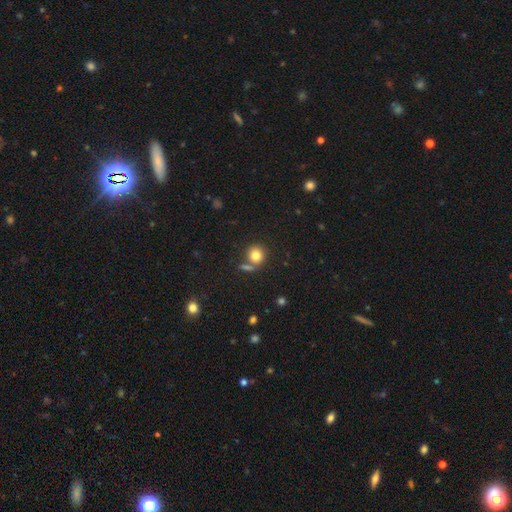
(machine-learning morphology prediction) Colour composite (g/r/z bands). It shows a smooth galaxy with no disk features (80%) that is round (85%). Merging: none (66%).